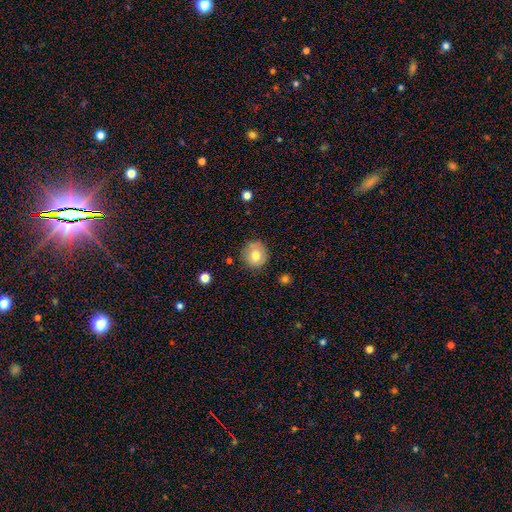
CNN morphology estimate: Q: Smooth or featured?
A: smooth (77%); runner-up: featured or disk (13%)
Q: How rounded?
A: round (90%); runner-up: in between (9%)
Q: Merging?
A: none (79%); runner-up: minor disturbance (15%)